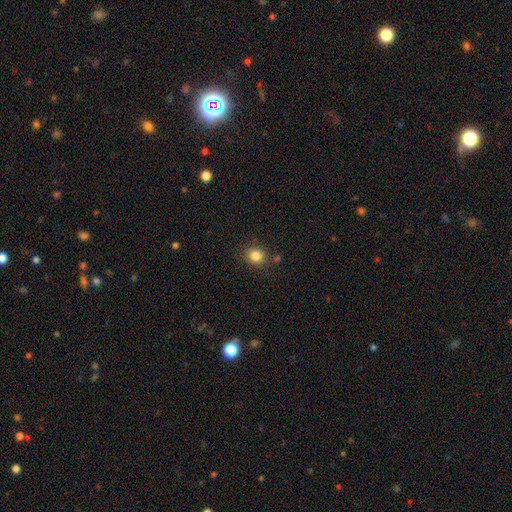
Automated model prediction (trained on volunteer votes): Morphology: type=smooth (83%); roundness=round (73%); merging=none (83%).